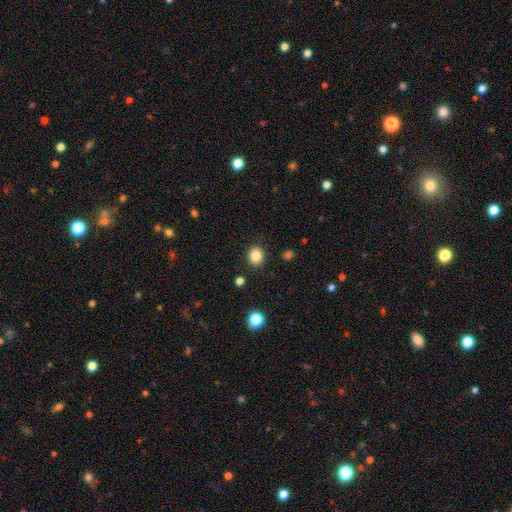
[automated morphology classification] type=smooth (85%); roundness=round (73%); merging=none (90%).